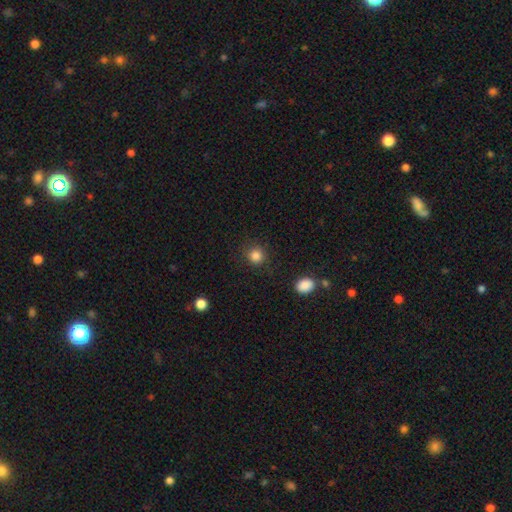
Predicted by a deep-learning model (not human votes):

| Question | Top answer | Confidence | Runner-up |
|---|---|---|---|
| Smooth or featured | smooth | 85% | star or artifact (11%) |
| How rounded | round | 90% | in between (9%) |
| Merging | none | 87% | minor disturbance (8%) |